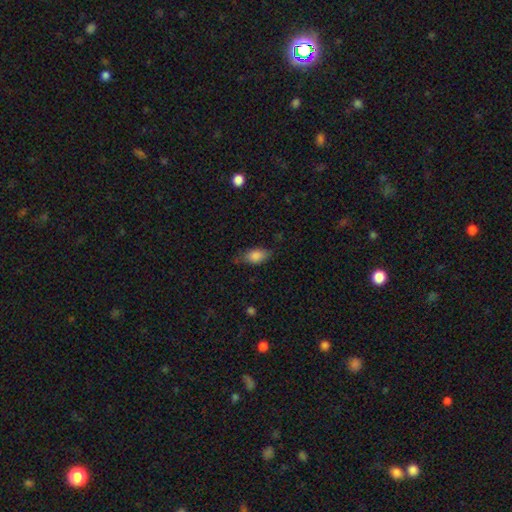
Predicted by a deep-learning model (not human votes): smooth_or_featured: smooth (p=0.83) [alt: featured or disk p=0.09]
how_rounded: in between (p=0.88) [alt: cigar-shaped p=0.07]
merging: none (p=0.67) [alt: minor disturbance p=0.25]